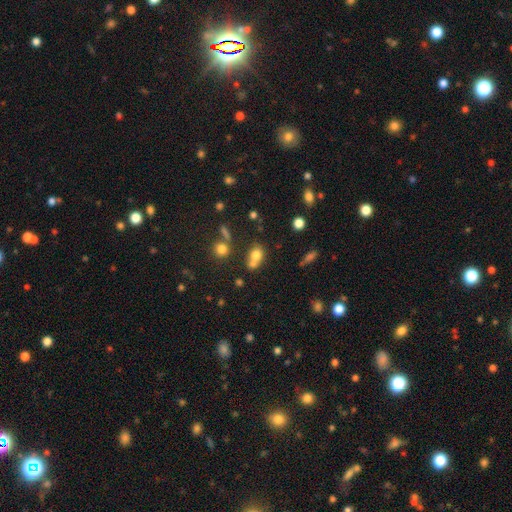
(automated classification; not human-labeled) A smooth galaxy with no disk features (73%) that is round (59%). Merging: merger (48%).